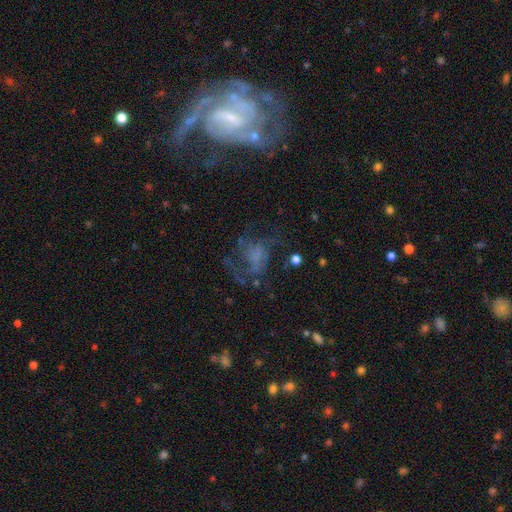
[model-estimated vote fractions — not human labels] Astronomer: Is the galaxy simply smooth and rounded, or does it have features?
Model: featured or disk — 55%.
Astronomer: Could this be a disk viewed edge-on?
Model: no — 97%.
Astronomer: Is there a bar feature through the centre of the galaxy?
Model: no — 69%.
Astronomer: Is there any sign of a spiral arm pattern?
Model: yes — 62% (runner-up: no, 38%).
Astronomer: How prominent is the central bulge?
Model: none — 62%.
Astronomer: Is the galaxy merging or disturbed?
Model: major disturbance — 40% (runner-up: none, 39%).